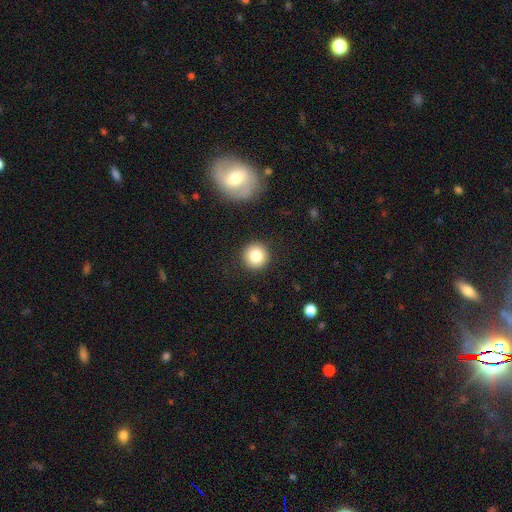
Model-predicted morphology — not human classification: Smooth or featured? Predicted: smooth (p=0.82). How rounded? Predicted: round (p=0.95). Merging? Predicted: none (p=0.91).